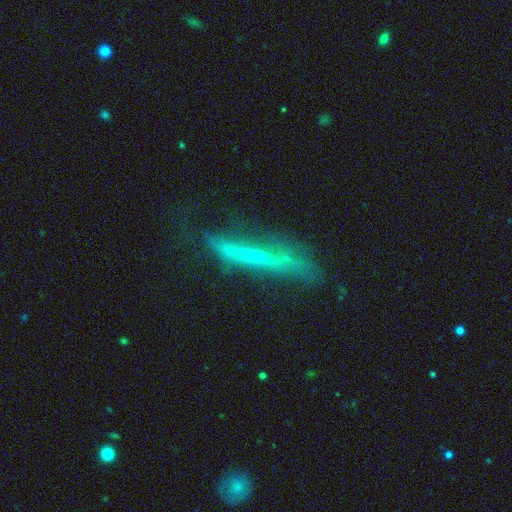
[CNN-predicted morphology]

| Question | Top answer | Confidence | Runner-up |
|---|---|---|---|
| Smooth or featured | featured or disk | 61% | smooth (30%) |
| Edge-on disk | yes | 79% | no (21%) |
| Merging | none | 59% | minor disturbance (25%) |